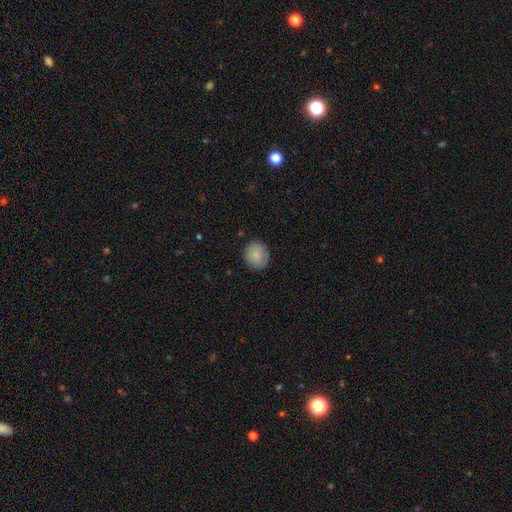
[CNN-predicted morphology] Smooth or featured: smooth — 86% (featured or disk — 7%)
How rounded: round — 82% (in between — 17%)
Merging: none — 85% (minor disturbance — 12%)